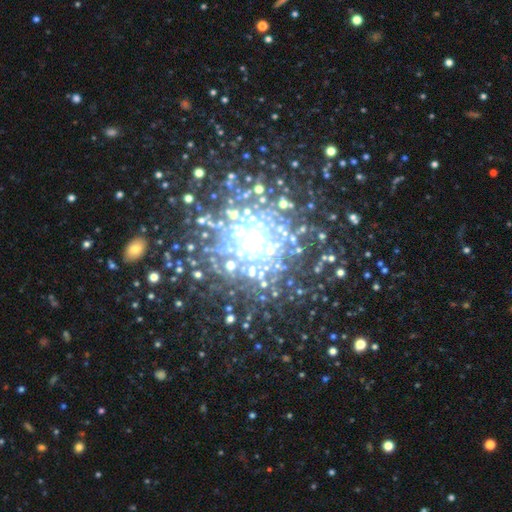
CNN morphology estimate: smooth-or-featured: featured or disk: 48% | star or artifact: 35% | smooth: 17%
  merging: none: 64% | major disturbance: 16% | minor disturbance: 13% | merger: 7%